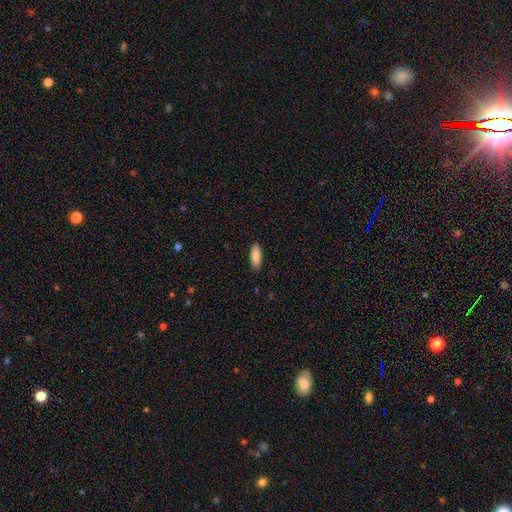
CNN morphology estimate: This is clearly a smooth galaxy (85%). How rounded: likely in between (66%). Merging: clearly none (88%).